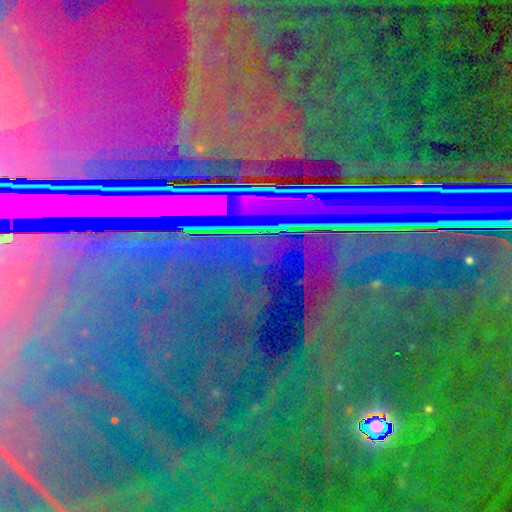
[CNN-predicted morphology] Smooth or featured?
  - star or artifact: 88% *
  - featured or disk: 7%
  - smooth: 5%